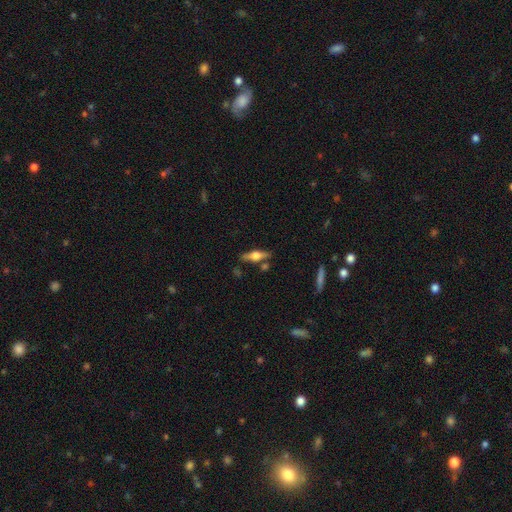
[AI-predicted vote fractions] Overall: featured or disk (61%; smooth 33%). Edge-on disk: yes (94%). Edge-on bulge: rounded (92%). Merging: none (76%).